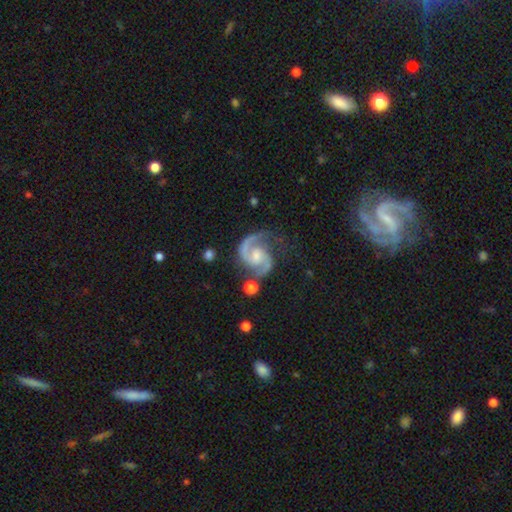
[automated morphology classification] Overall: featured or disk (92%). Edge-on disk: no (98%). Bar: no (52%; weak 39%). Spiral arms: yes (98%). Spiral arm count: 2 (93%). Spiral winding: medium (63%). Bulge size: moderate (49%; small 37%). Merging: none (70%).